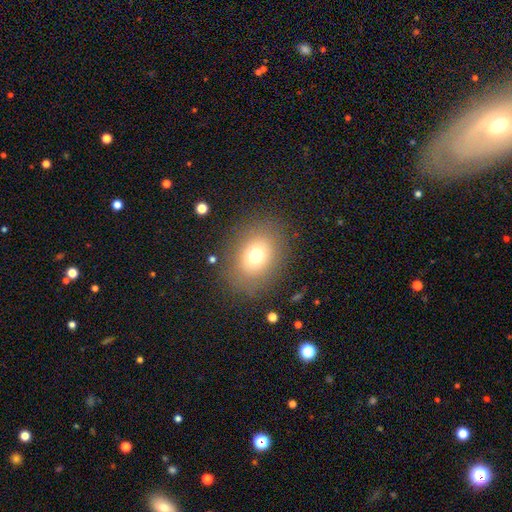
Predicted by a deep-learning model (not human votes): Overall: smooth (71%). How rounded: round (51%; in between 49%). Merging: none (83%).